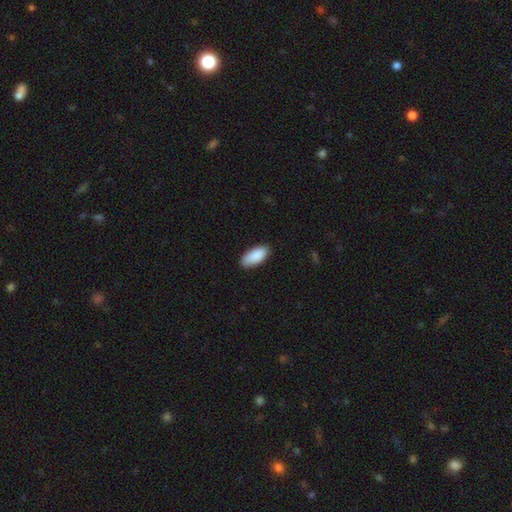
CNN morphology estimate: Smooth or featured?
  - smooth: 90% *
  - star or artifact: 6%
  - featured or disk: 4%
How rounded?
  - in between: 90% *
  - cigar-shaped: 8%
  - round: 2%
Merging?
  - none: 84% *
  - minor disturbance: 13%
  - major disturbance: 2%
  - merger: 1%